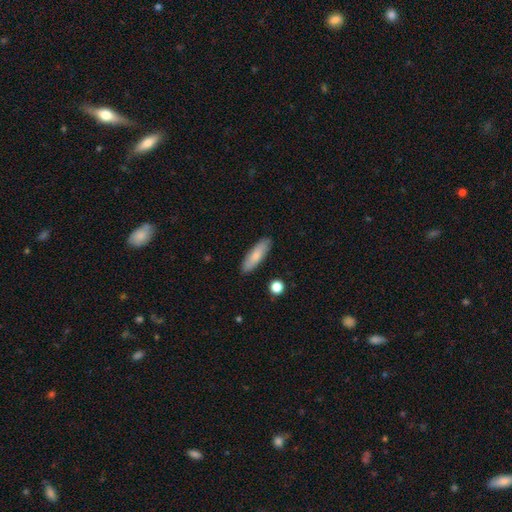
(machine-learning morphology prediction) Smooth or featured: smooth — 74% (featured or disk — 20%)
How rounded: cigar-shaped — 51% (in between — 47%)
Merging: none — 86% (minor disturbance — 11%)